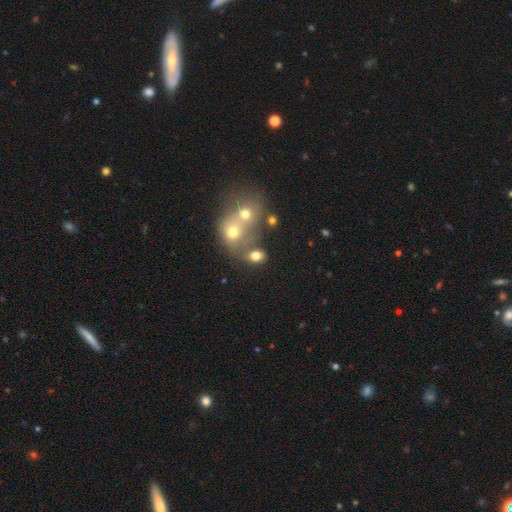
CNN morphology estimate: This appears to be a smooth galaxy with no disk features (71%) that is in between round and cigar-shaped (58%). Merging: merger (45%).